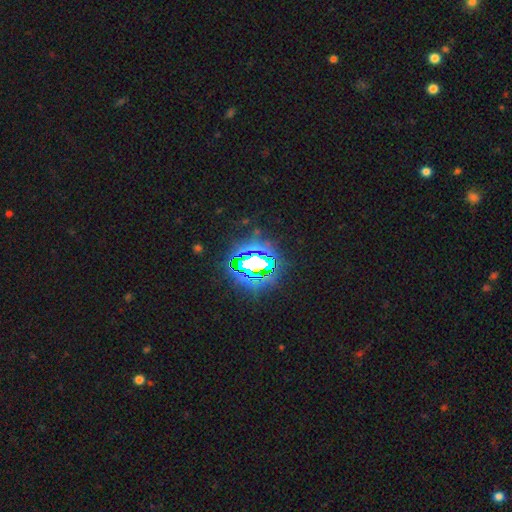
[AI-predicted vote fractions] Smooth or featured? star or artifact (73%)